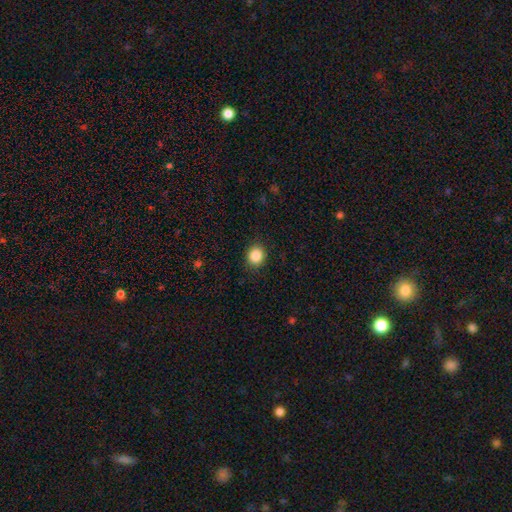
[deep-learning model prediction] A smooth galaxy with no disk features (86%) that is round (76%).

Vote fractions:
- Smooth or featured? smooth: 86% / star or artifact: 10% / featured or disk: 4%
- How rounded? round: 76% / in between: 24% / cigar-shaped: 1%
- Merging? none: 89% / minor disturbance: 8% / major disturbance: 2% / merger: 1%